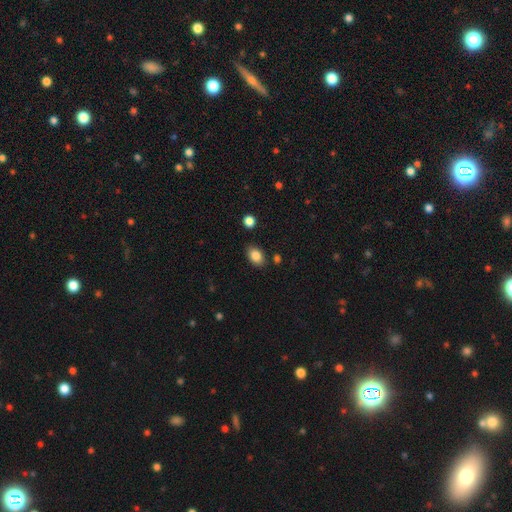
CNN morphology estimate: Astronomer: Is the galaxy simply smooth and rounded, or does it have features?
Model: smooth — 85%.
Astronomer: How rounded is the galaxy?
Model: in between — 84%.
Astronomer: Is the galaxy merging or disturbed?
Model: none — 84%.